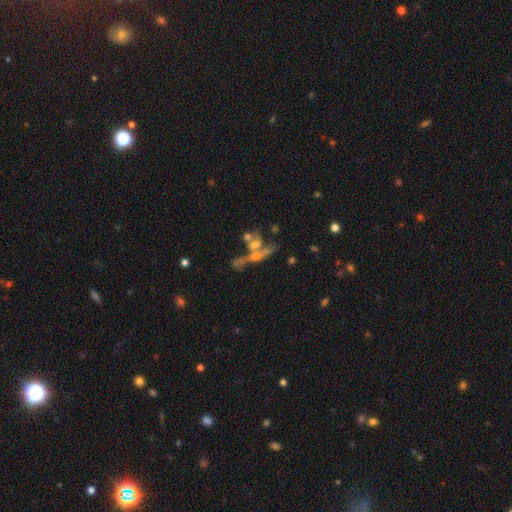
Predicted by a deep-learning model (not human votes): Smooth or featured?
  - featured or disk: 64% *
  - smooth: 20%
  - star or artifact: 16%
Edge-on disk?
  - yes: 63% *
  - no: 37%
Merging?
  - none: 40% *
  - merger: 38%
  - minor disturbance: 11%
  - major disturbance: 11%